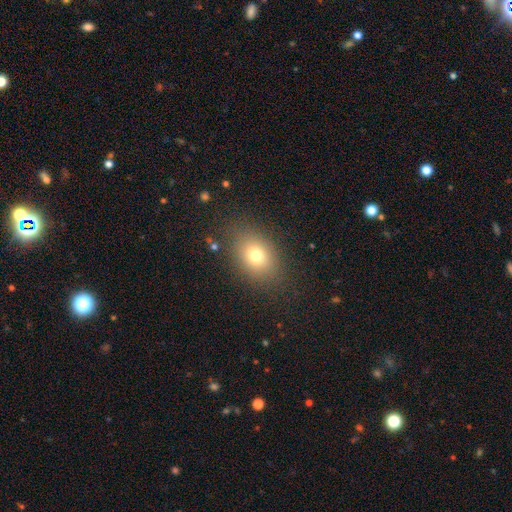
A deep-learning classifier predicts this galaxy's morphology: This appears to be a smooth galaxy with no disk features (73%) that is in between round and cigar-shaped (65%). Merging: none (83%).